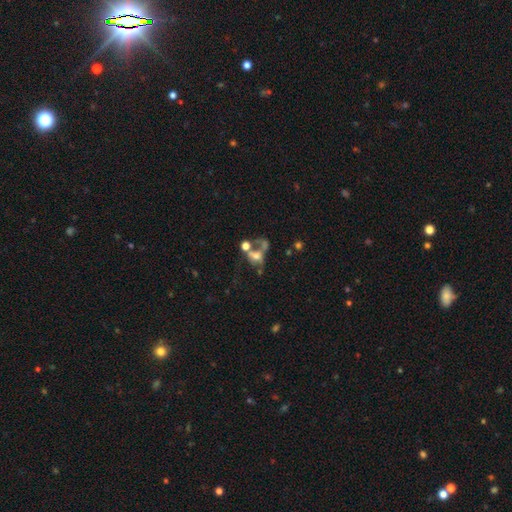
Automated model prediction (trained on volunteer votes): This appears to be a featured or disk galaxy (43%). Merging: merger (45%).